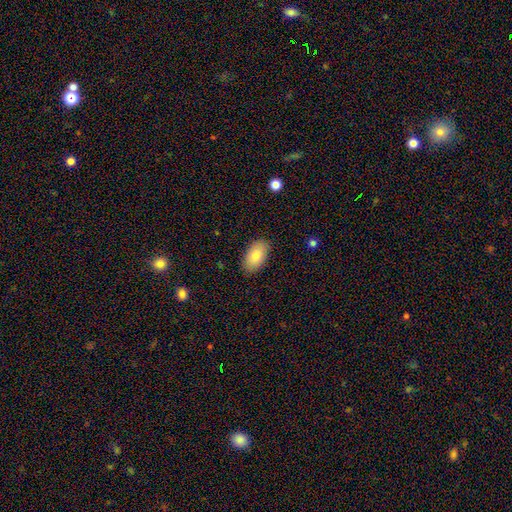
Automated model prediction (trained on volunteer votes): Smooth or featured? smooth (83%)
How rounded? in between (95%)
Merging? none (87%)